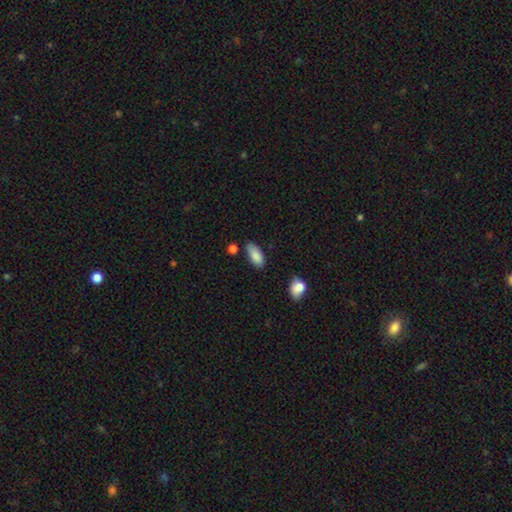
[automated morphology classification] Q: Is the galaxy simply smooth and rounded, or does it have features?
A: smooth — 87%.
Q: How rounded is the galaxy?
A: in between — 89%.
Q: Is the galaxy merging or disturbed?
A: none — 69%.